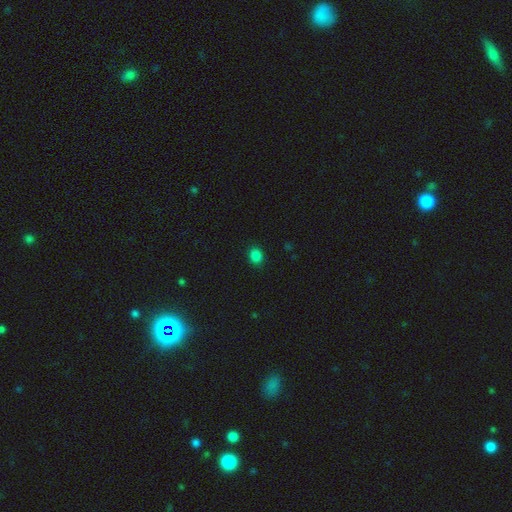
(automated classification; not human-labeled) Q: Smooth or featured?
A: smooth (83%); runner-up: star or artifact (14%)
Q: How rounded?
A: round (59%); runner-up: in between (40%)
Q: Merging?
A: none (89%); runner-up: minor disturbance (7%)